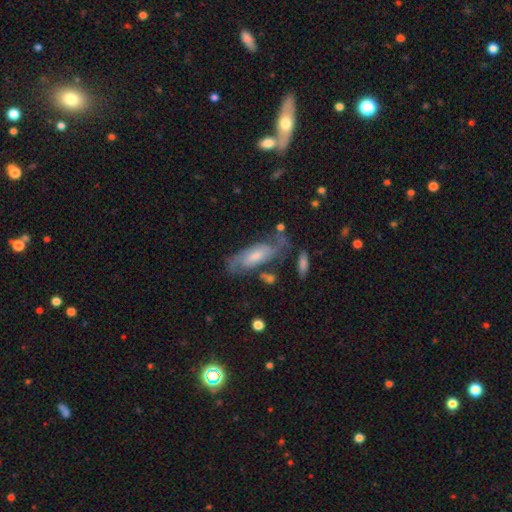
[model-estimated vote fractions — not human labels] Smooth or featured: featured or disk — 77% (smooth — 16%)
Edge-on disk: no — 88% (yes — 12%)
Bar: no — 51% (weak — 38%)
Spiral arms: yes — 93% (no — 7%)
Spiral winding: medium — 44% (tight — 40%)
Spiral arm count: 2 — 76% (can't tell — 15%)
Bulge size: moderate — 41% (small — 36%)
Merging: none — 68% (minor disturbance — 18%)